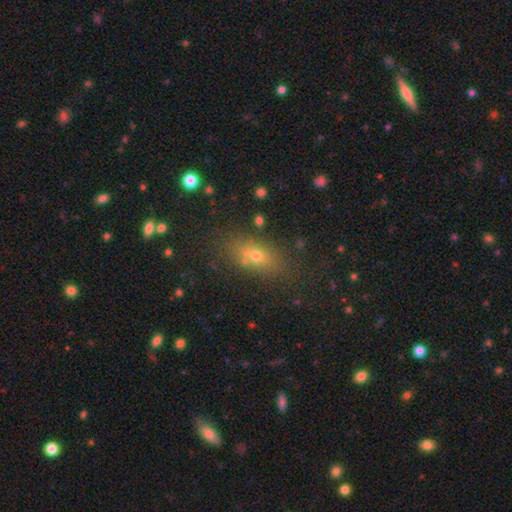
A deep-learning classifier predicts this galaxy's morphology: This appears to be a smooth galaxy with no disk features (64%) that is in between round and cigar-shaped (71%). Merging: none (74%).